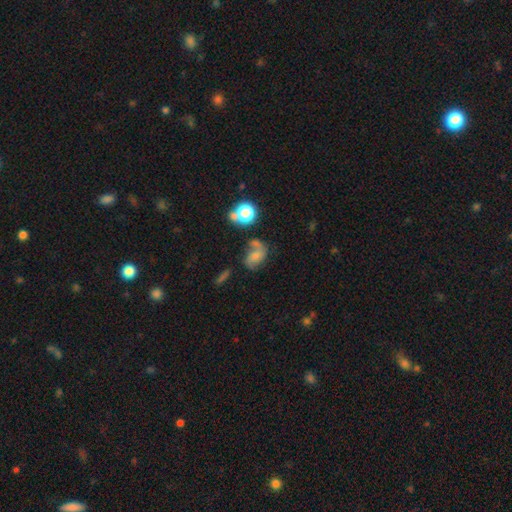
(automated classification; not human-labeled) A smooth galaxy with no disk features (45%).

Vote fractions:
- Smooth or featured? smooth: 45% / featured or disk: 39% / star or artifact: 15%
- Merging? none: 39% / merger: 23% / minor disturbance: 20% / major disturbance: 18%